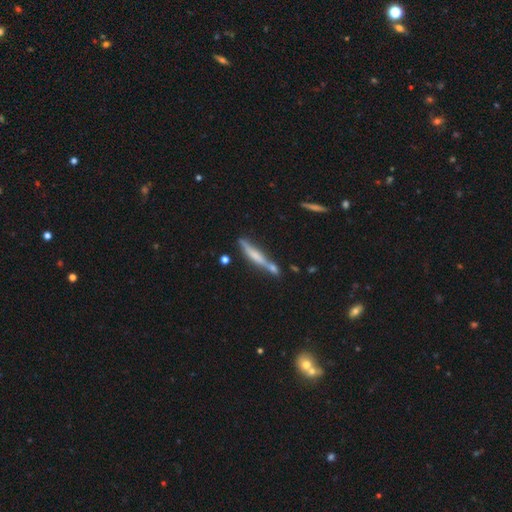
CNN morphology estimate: This is possibly a featured or disk galaxy (55%). It is clearly viewed edge-on (93%). Edge-on bulge: possibly rounded (48%). Merging: possibly none (58%).